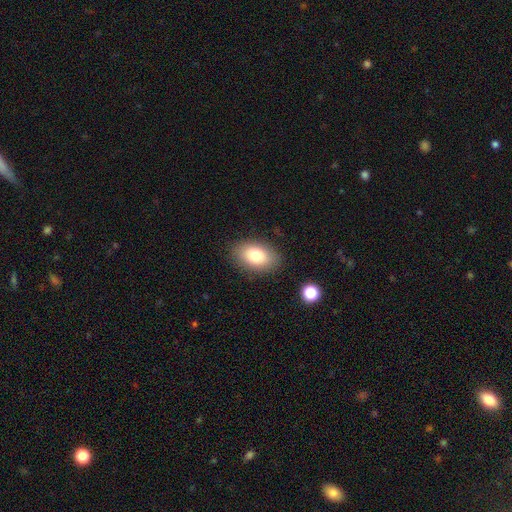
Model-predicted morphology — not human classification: Q: Smooth or featured?
A: smooth (79%); runner-up: featured or disk (13%)
Q: How rounded?
A: in between (87%); runner-up: round (11%)
Q: Merging?
A: none (87%); runner-up: minor disturbance (9%)